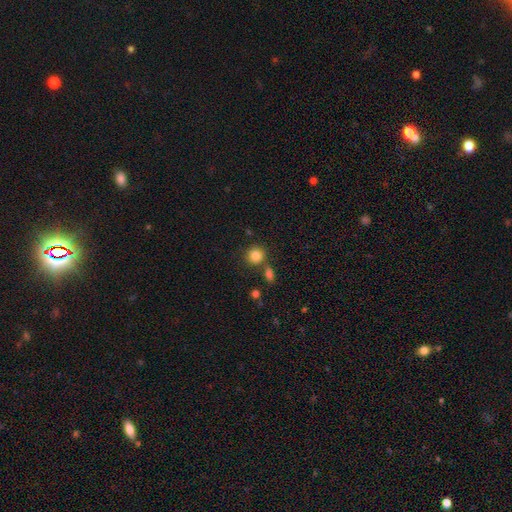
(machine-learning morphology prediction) This appears to be a smooth galaxy with no disk features (84%) that is round (84%). Merging: none (70%).